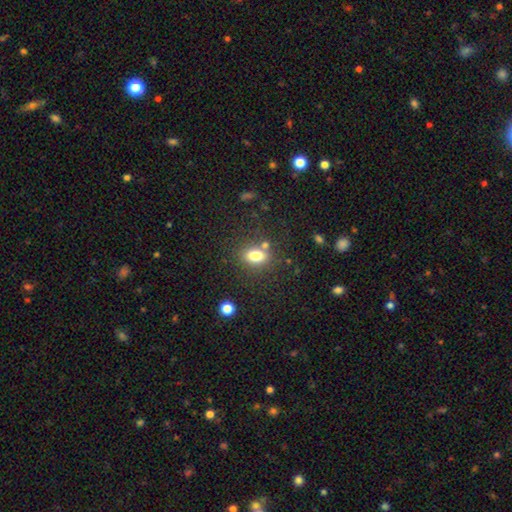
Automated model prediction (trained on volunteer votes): A smooth galaxy with no disk features (79%) that is in between round and cigar-shaped (75%). Merging: none (71%).